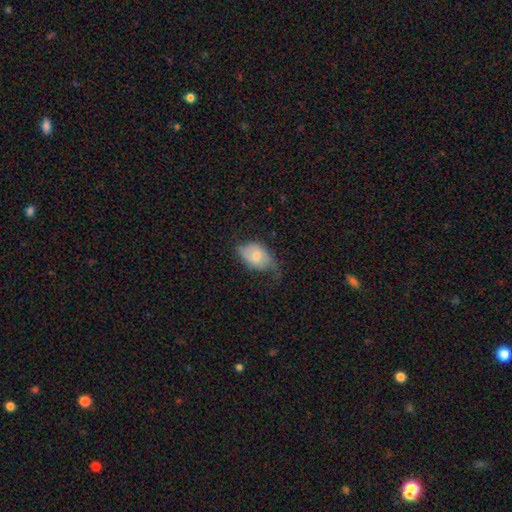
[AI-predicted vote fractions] A smooth galaxy with no disk features (63%) that is in between round and cigar-shaped (87%).

Vote fractions:
- Smooth or featured? smooth: 63% / featured or disk: 30% / star or artifact: 7%
- How rounded? in between: 87% / round: 12% / cigar-shaped: 2%
- Merging? minor disturbance: 40% / none: 36% / major disturbance: 23% / merger: 2%